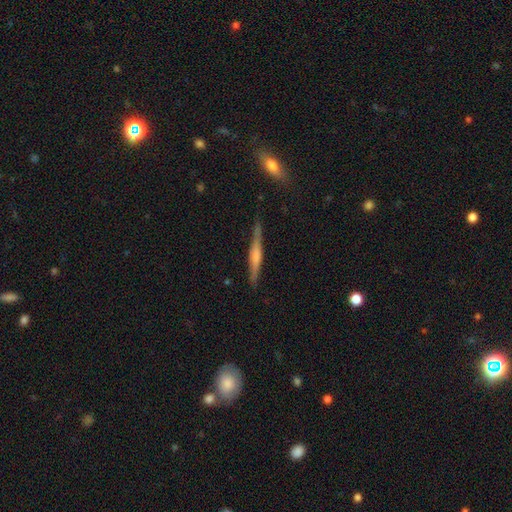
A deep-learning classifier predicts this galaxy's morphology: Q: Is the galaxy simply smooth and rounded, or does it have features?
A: featured or disk — 63%.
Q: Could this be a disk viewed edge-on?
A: yes — 97%.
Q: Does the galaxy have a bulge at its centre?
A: rounded — 49%.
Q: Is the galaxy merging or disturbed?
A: none — 86%.